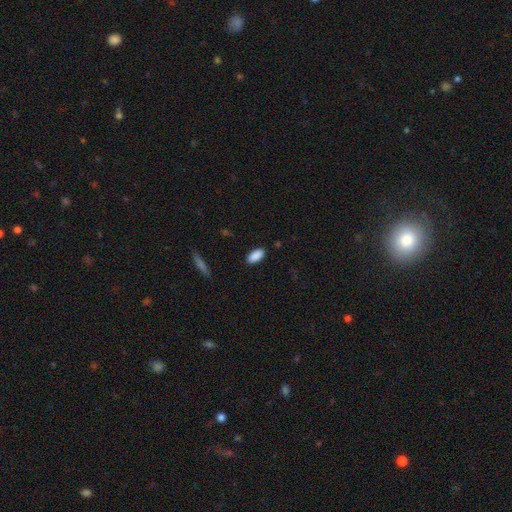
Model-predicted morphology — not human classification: The model was most divided on "merging": none: 88%, minor disturbance: 9%, major disturbance: 2%, merger: 1%. More confident: how rounded — in between (90%); smooth or featured — smooth (90%).